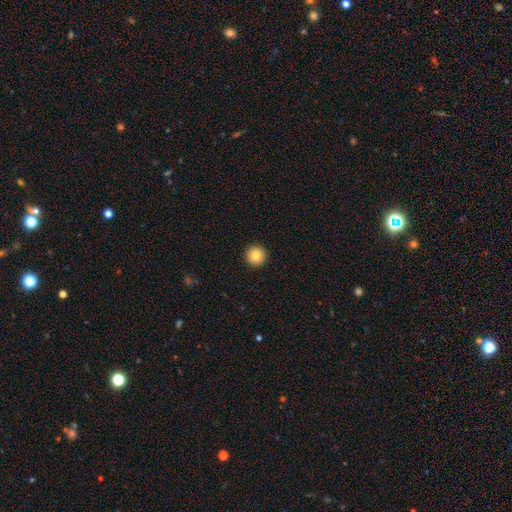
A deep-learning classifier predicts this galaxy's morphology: type=smooth (84%); roundness=round (97%); merging=none (94%).